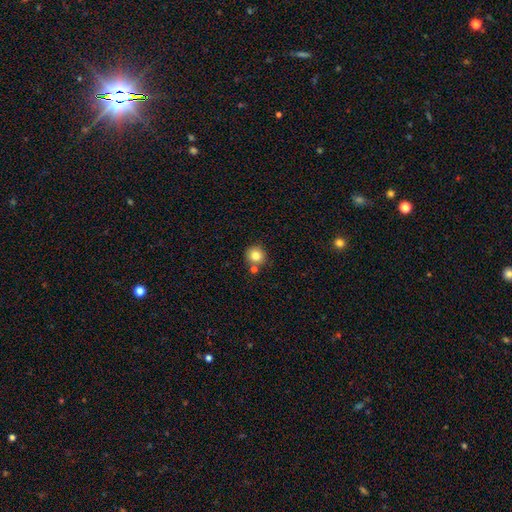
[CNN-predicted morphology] Q: Smooth or featured?
A: smooth (81%); runner-up: star or artifact (11%)
Q: How rounded?
A: round (93%); runner-up: in between (6%)
Q: Merging?
A: none (75%); runner-up: merger (14%)